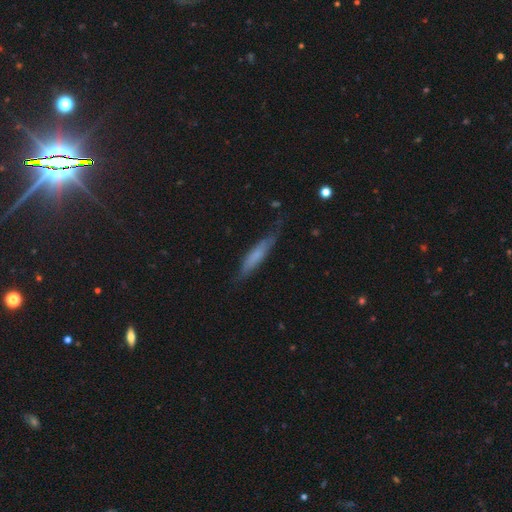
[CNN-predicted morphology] Smooth or featured: smooth — 59% (featured or disk — 34%)
How rounded: cigar-shaped — 88% (in between — 10%)
Merging: none — 71% (minor disturbance — 22%)